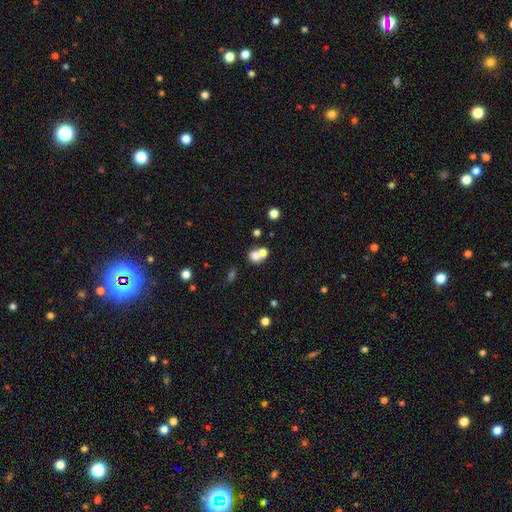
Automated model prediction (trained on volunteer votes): A smooth galaxy with no disk features (70%) that is round (71%).

Vote fractions:
- Smooth or featured? smooth: 70% / featured or disk: 16% / star or artifact: 14%
- How rounded? round: 71% / in between: 27% / cigar-shaped: 1%
- Merging? merger: 53% / none: 36% / minor disturbance: 7% / major disturbance: 4%